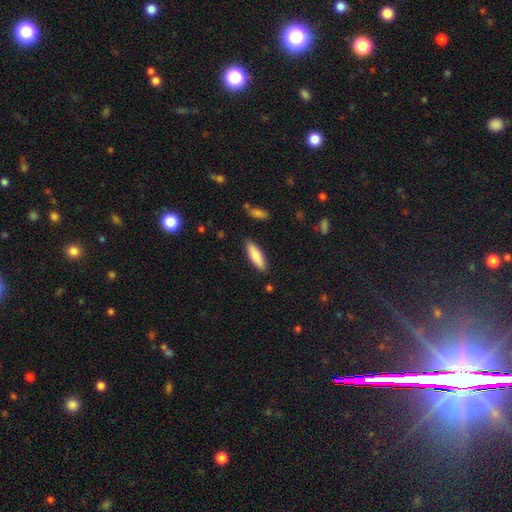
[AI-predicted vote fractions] The model was most divided on "how rounded": cigar-shaped: 59%, in between: 40%, round: 2%. More confident: merging — none (87%); smooth or featured — smooth (77%).